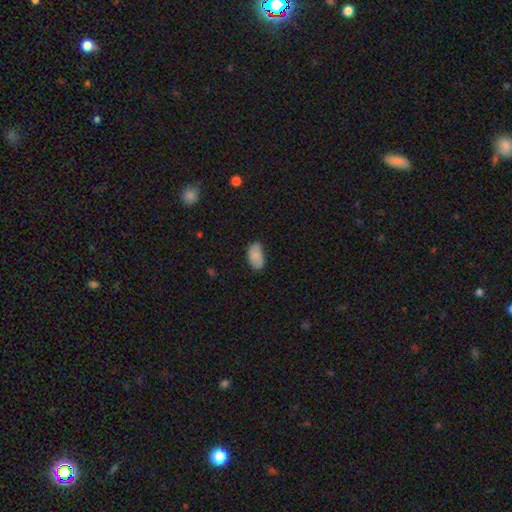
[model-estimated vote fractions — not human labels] Smooth or featured? Predicted: smooth (p=0.85). How rounded? Predicted: in between (p=0.94). Merging? Predicted: none (p=0.66).